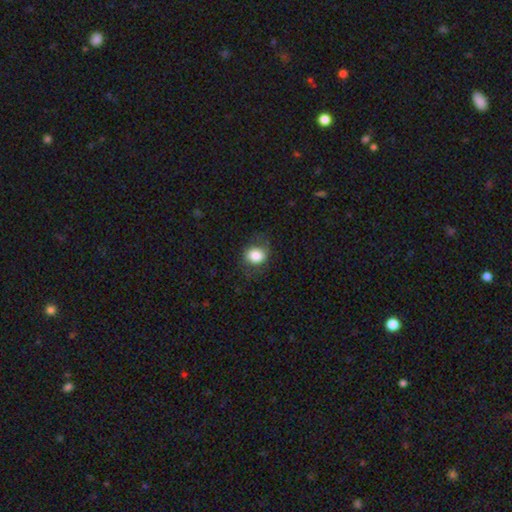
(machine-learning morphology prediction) Smooth or featured?
  - smooth: 80% *
  - featured or disk: 11%
  - star or artifact: 9%
How rounded?
  - round: 59% *
  - in between: 40%
  - cigar-shaped: 1%
Merging?
  - none: 73% *
  - minor disturbance: 17%
  - major disturbance: 8%
  - merger: 1%